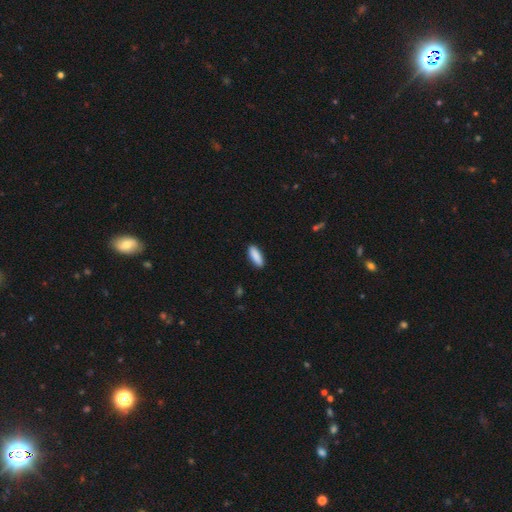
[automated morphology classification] A smooth galaxy with no disk features (90%) that is in between round and cigar-shaped (65%).

Vote fractions:
- Smooth or featured? smooth: 90% / star or artifact: 6% / featured or disk: 4%
- How rounded? in between: 65% / cigar-shaped: 34% / round: 2%
- Merging? none: 90% / minor disturbance: 8% / major disturbance: 2% / merger: 1%